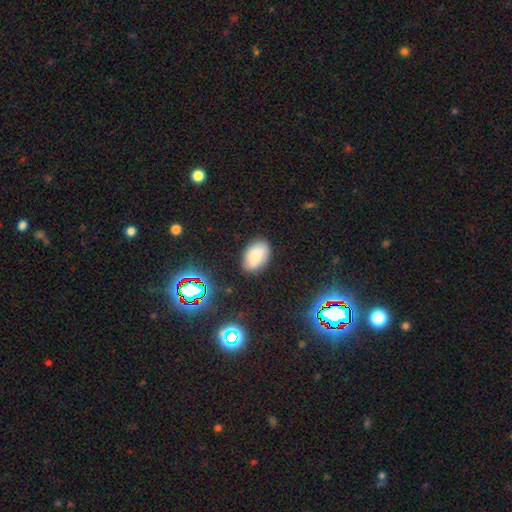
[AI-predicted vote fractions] A smooth galaxy with no disk features (76%) that is in between round and cigar-shaped (90%). Merging: none (83%).